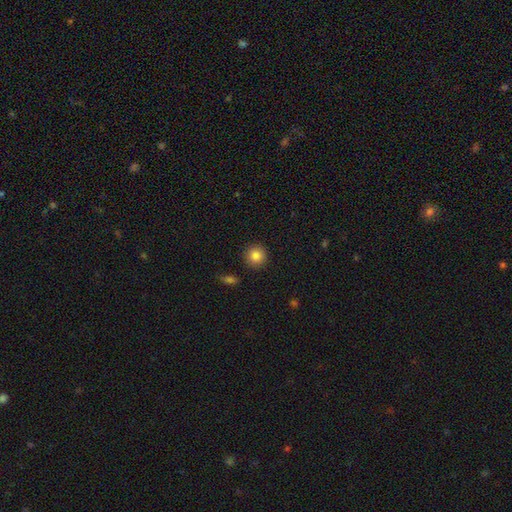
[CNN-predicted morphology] Overall: smooth (85%). How rounded: round (94%). Merging: none (91%).